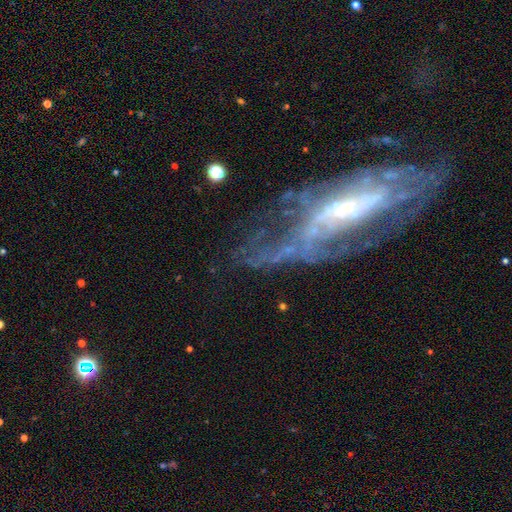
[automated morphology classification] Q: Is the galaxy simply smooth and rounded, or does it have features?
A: featured or disk — 76%.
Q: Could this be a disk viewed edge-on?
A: no — 88%.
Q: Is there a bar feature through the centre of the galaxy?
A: no — 46%.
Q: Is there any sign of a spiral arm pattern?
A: yes — 68%.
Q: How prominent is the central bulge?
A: small — 43%.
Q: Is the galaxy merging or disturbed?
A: none — 38%, tied with major disturbance.